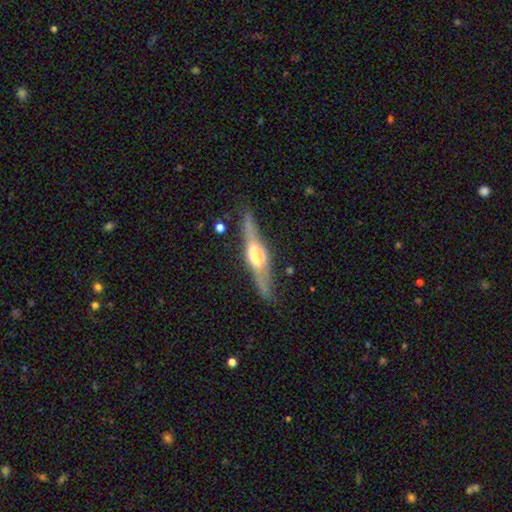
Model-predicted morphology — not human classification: This is likely a featured or disk galaxy (76%). It is clearly viewed edge-on (95%). Edge-on bulge: likely rounded (78%). Merging: clearly none (82%).